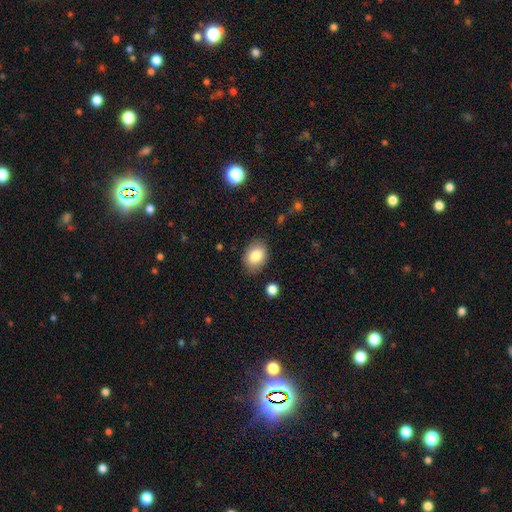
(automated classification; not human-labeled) A smooth galaxy with no disk features (84%) that is in between round and cigar-shaped (76%). Merging: none (84%).